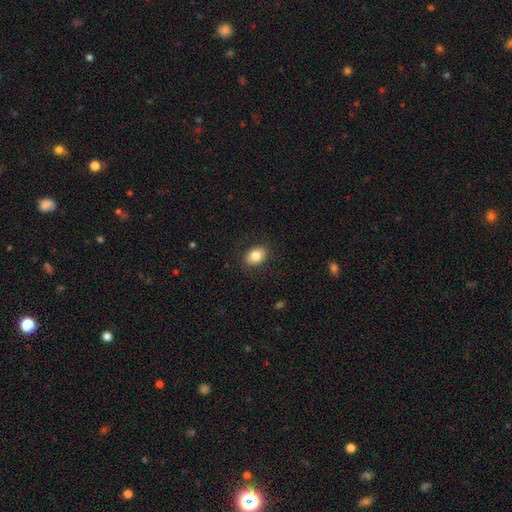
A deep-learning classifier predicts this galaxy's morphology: The model was most divided on "how rounded": in between: 73%, round: 26%, cigar-shaped: 1%. More confident: merging — none (87%); smooth or featured — smooth (82%).